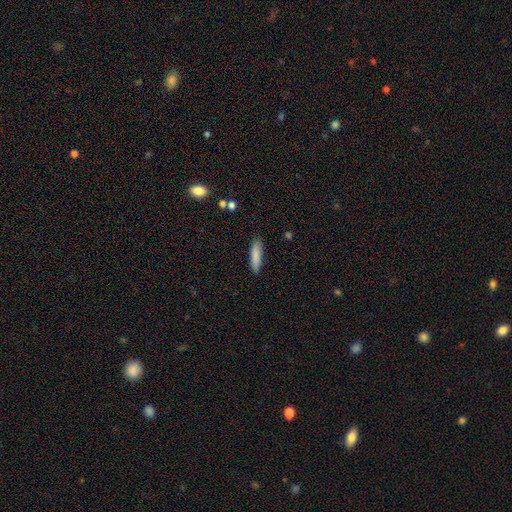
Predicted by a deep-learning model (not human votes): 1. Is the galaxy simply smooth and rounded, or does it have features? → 85% smooth, 8% featured or disk, 6% star or artifact.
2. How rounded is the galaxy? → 78% cigar-shaped, 21% in between, 1% round.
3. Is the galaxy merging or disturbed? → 86% none, 10% minor disturbance, 2% major disturbance, 1% merger.